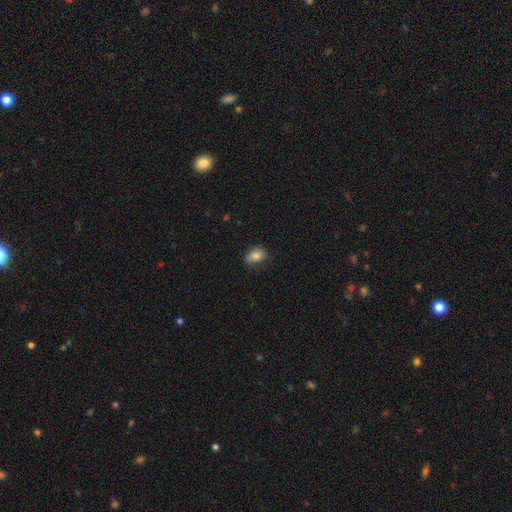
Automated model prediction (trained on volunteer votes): This appears to be a smooth galaxy with no disk features (82%) that is in between round and cigar-shaped (81%). Merging: none (70%).